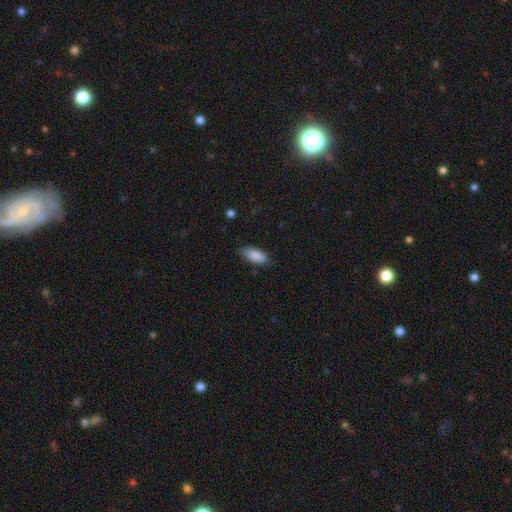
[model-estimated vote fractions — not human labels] Morphology: type=smooth (88%); roundness=in between (85%); merging=none (76%).